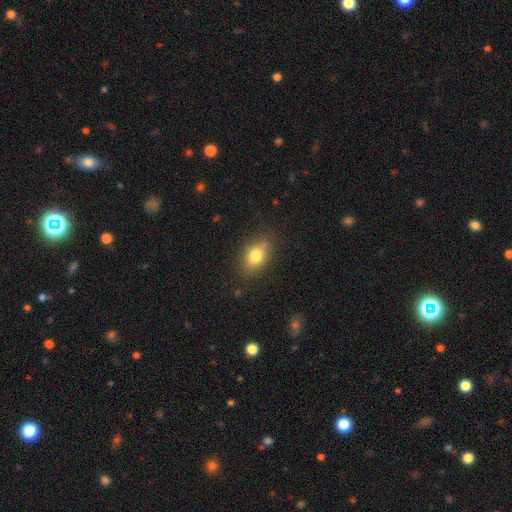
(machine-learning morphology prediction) A smooth galaxy with no disk features (78%) that is in between round and cigar-shaped (77%).

Vote fractions:
- Smooth or featured? smooth: 78% / featured or disk: 13% / star or artifact: 9%
- How rounded? in between: 77% / round: 21% / cigar-shaped: 2%
- Merging? none: 77% / minor disturbance: 17% / major disturbance: 4% / merger: 2%